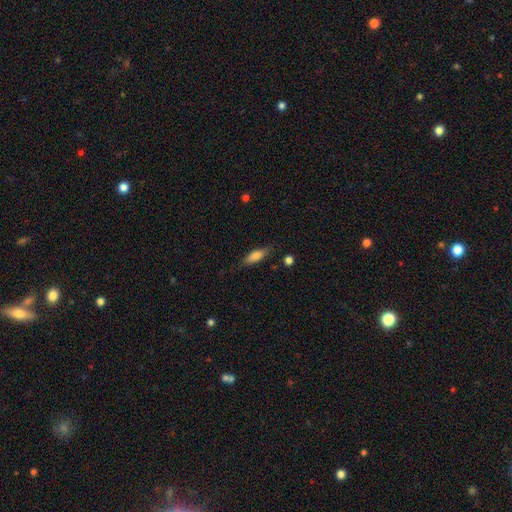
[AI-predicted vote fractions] Smooth or featured? Predicted: smooth (p=0.74). How rounded? Predicted: in between (p=0.51). Merging? Predicted: none (p=0.76).